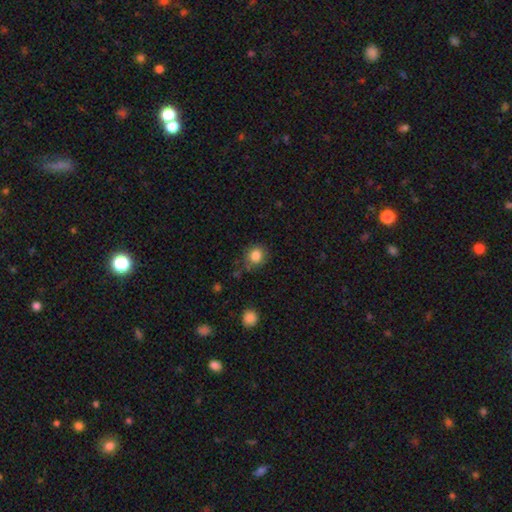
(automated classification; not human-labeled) Morphology: type=smooth (84%); roundness=round (80%); merging=none (77%).